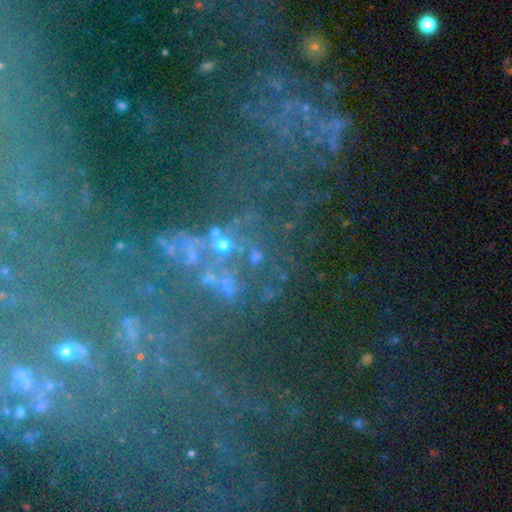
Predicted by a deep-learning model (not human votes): Smooth or featured? Predicted: star or artifact (p=0.54).